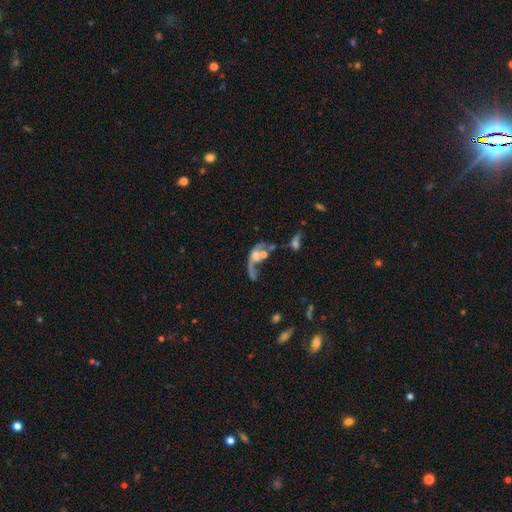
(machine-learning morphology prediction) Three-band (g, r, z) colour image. It shows a featured or disk galaxy (56%) with no bar (79%), no spiral arms (59%) and a moderate central bulge (33%). Merging: merger (49%).